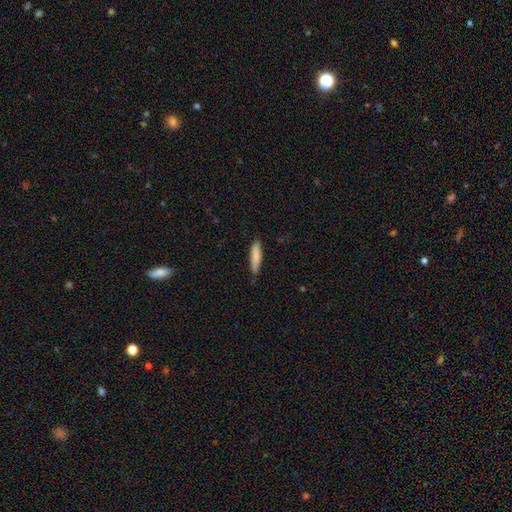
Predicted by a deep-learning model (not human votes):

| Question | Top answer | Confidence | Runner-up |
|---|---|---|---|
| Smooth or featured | smooth | 84% | featured or disk (10%) |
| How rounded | cigar-shaped | 81% | in between (18%) |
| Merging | none | 81% | minor disturbance (15%) |